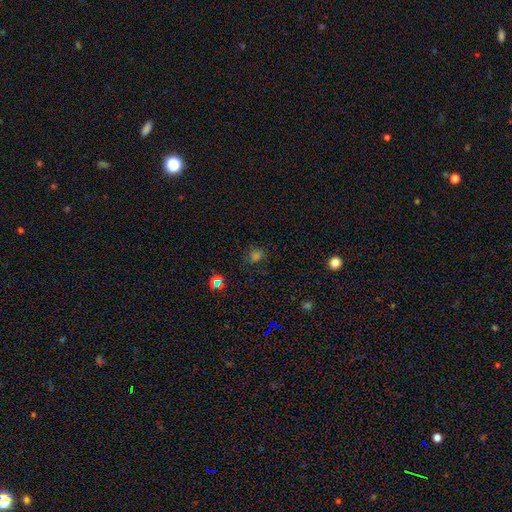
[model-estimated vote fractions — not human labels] A smooth galaxy with no disk features (49%). Merging: none (77%).